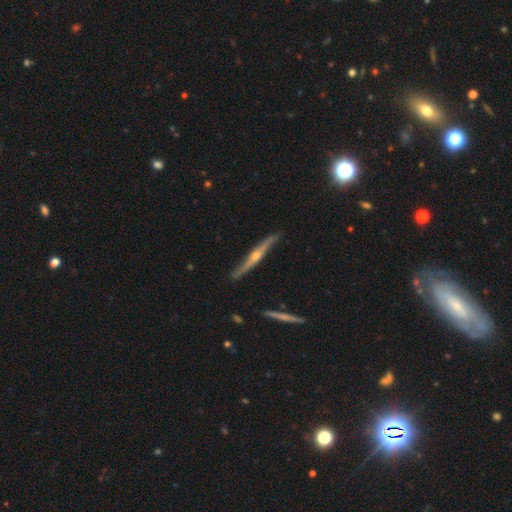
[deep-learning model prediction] This is clearly a featured or disk galaxy (82%). It is clearly viewed edge-on (96%). Edge-on bulge: clearly rounded (92%). Merging: clearly none (85%).